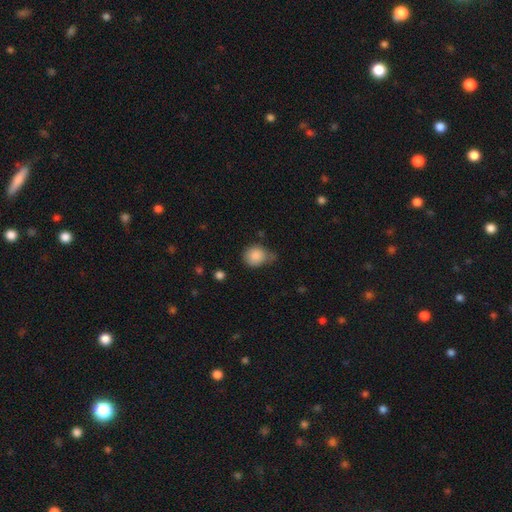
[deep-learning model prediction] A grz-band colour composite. It shows a smooth galaxy with no disk features (86%) that is round (72%). Merging: none (45%).